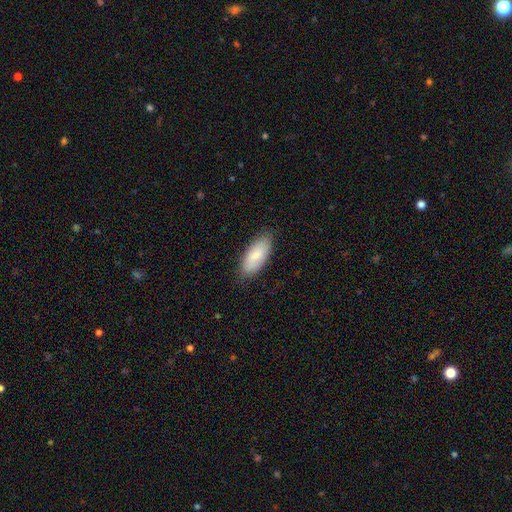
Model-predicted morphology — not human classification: Overall: smooth (82%). How rounded: in between (85%). Merging: none (81%).